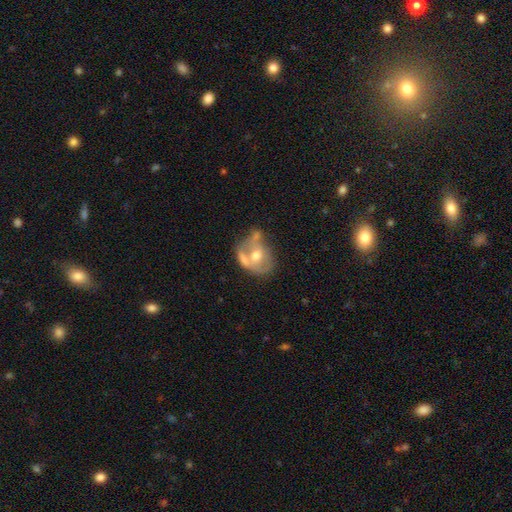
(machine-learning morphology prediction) Smooth or featured? Predicted: featured or disk (p=0.53). Edge-on disk? Predicted: no (p=0.96). Bar? Predicted: no (p=0.79). Spiral arms? Predicted: no (p=0.76). Bulge size? Predicted: moderate (p=0.72). Merging? Predicted: merger (p=0.44).